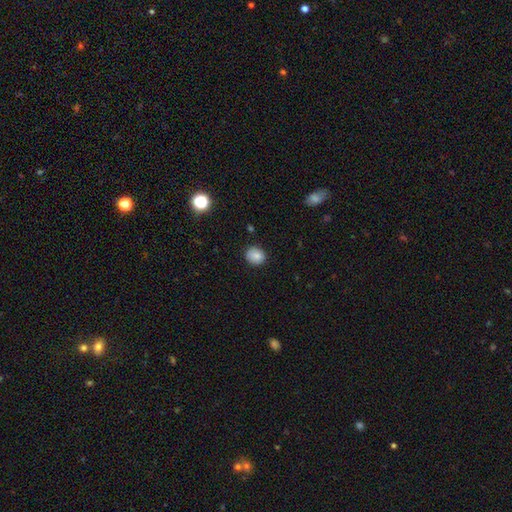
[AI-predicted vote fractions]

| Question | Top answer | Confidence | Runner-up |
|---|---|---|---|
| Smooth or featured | smooth | 83% | star or artifact (10%) |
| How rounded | round | 74% | in between (25%) |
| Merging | none | 85% | minor disturbance (12%) |